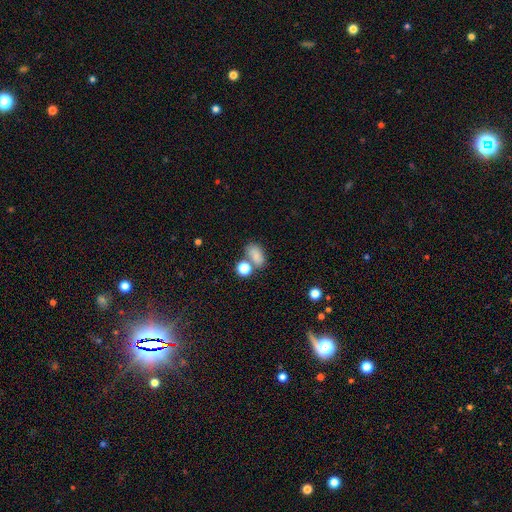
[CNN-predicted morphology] A smooth galaxy with no disk features (78%) that is in between round and cigar-shaped (81%).

Vote fractions:
- Smooth or featured? smooth: 78% / star or artifact: 13% / featured or disk: 9%
- How rounded? in between: 81% / round: 17% / cigar-shaped: 2%
- Merging? none: 50% / merger: 28% / minor disturbance: 15% / major disturbance: 7%